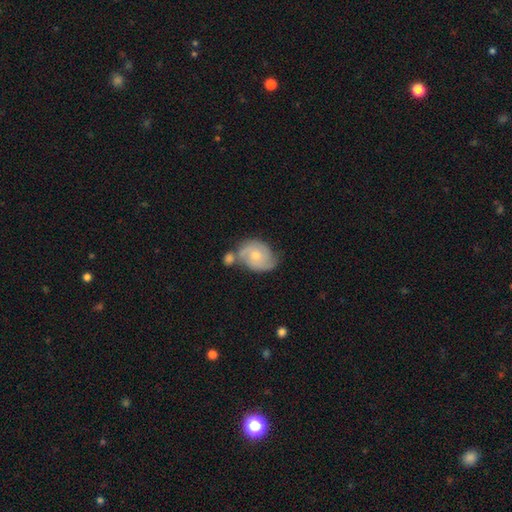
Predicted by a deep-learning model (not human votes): Smooth or featured? featured or disk (68%)
Edge-on disk? no (97%)
Bar? no (74%)
Spiral arms? yes (89%)
Spiral winding? medium (44%)
Spiral arm count? 2 (63%)
Bulge size? moderate (50%)
Merging? none (42%)